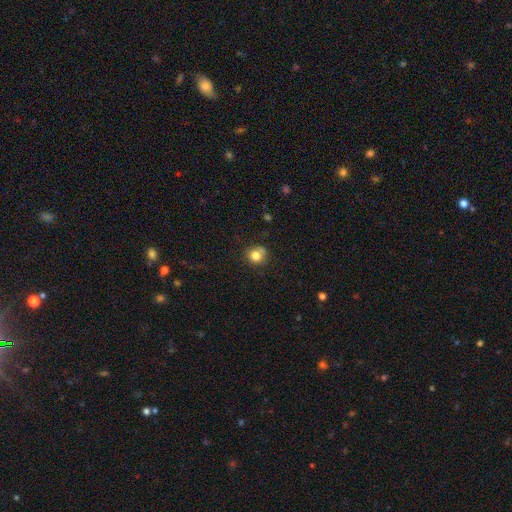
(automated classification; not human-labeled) Smooth or featured: smooth — 79% (star or artifact — 12%)
How rounded: round — 86% (in between — 13%)
Merging: none — 68% (minor disturbance — 21%)